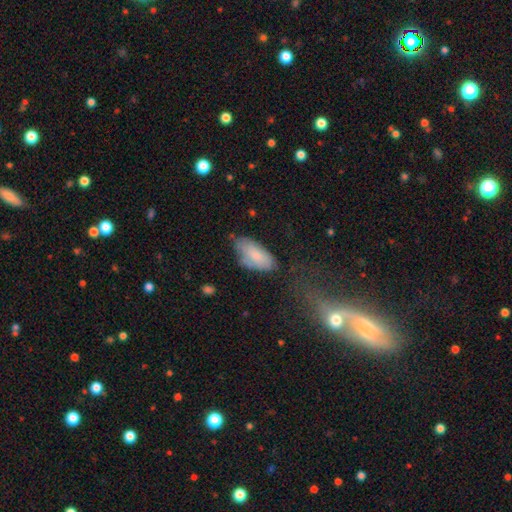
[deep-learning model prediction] Q: Smooth or featured?
A: smooth (77%); runner-up: featured or disk (16%)
Q: How rounded?
A: in between (93%); runner-up: cigar-shaped (5%)
Q: Merging?
A: none (57%); runner-up: minor disturbance (30%)